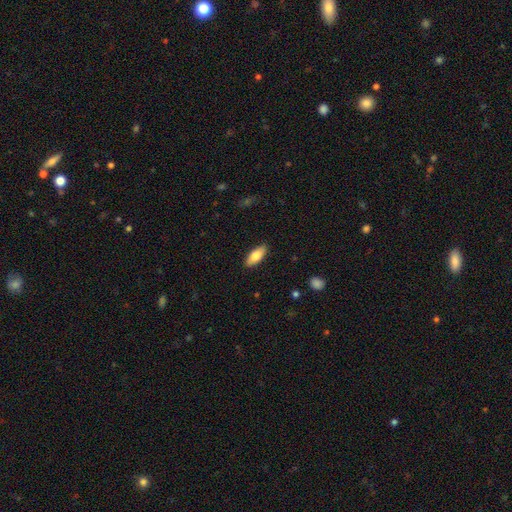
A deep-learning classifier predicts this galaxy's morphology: The model was most divided on "how rounded": in between: 81%, cigar-shaped: 17%, round: 2%. More confident: merging — none (88%); smooth or featured — smooth (79%).